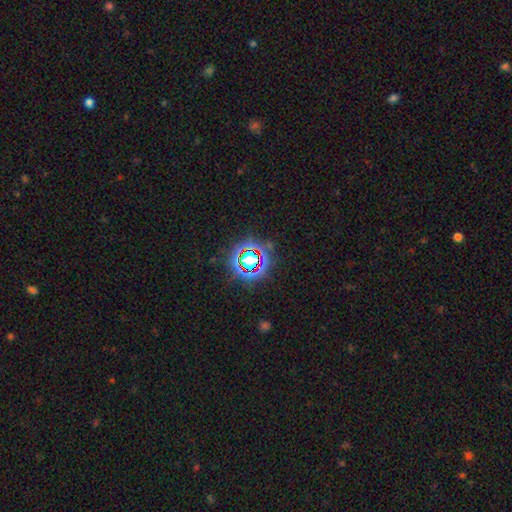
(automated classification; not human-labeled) A star or artifact, not a galaxy (78%).